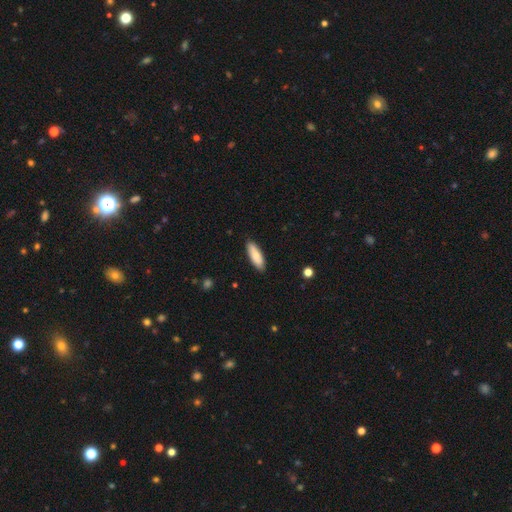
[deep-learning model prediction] The model was most divided on "how rounded": in between: 61%, cigar-shaped: 37%, round: 2%. More confident: merging — none (88%); smooth or featured — smooth (80%).